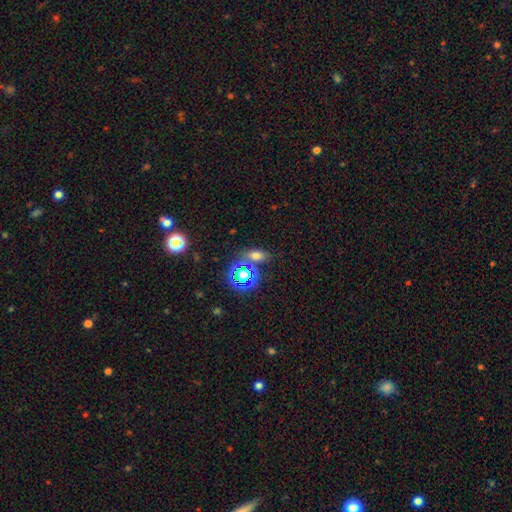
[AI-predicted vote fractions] The model was most divided on "smooth or featured": smooth: 62%, star or artifact: 29%, featured or disk: 9%. More confident: how rounded — in between (74%); merging — none (71%).